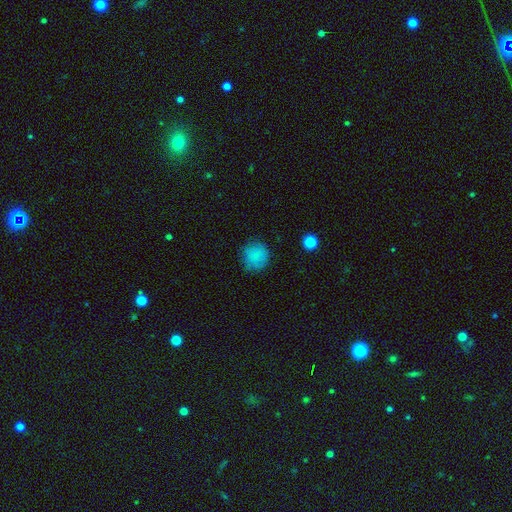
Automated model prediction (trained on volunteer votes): A smooth galaxy with no disk features (84%) that is round (91%). Merging: none (79%).